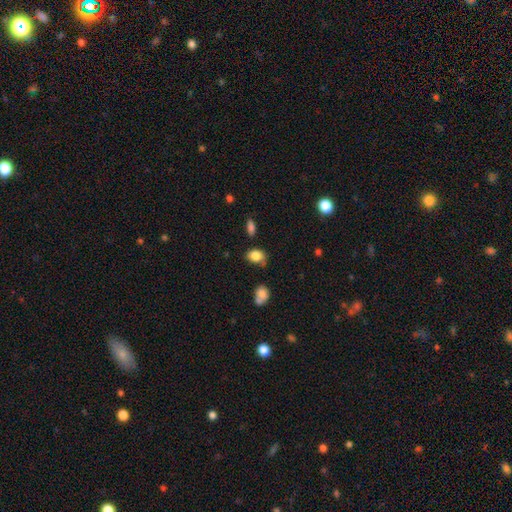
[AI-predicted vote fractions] A smooth galaxy with no disk features (83%) that is in between round and cigar-shaped (69%).

Vote fractions:
- Smooth or featured? smooth: 83% / star or artifact: 10% / featured or disk: 8%
- How rounded? in between: 69% / round: 30% / cigar-shaped: 1%
- Merging? none: 56% / minor disturbance: 29% / major disturbance: 8% / merger: 7%